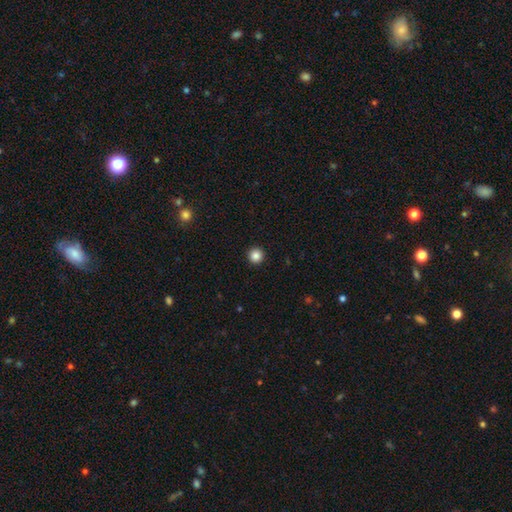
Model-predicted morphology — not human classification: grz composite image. It shows a smooth galaxy with no disk features (85%) that is round (96%). Merging: none (94%).